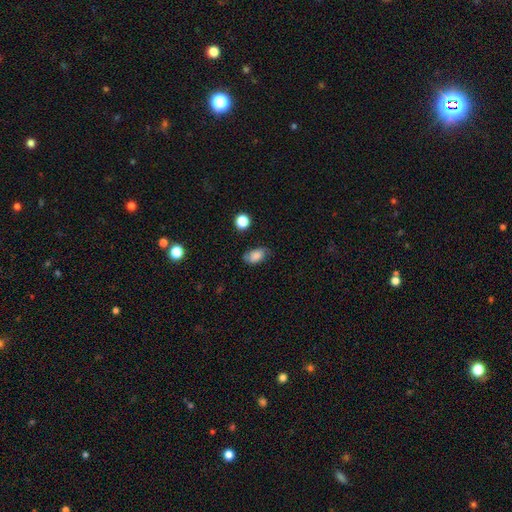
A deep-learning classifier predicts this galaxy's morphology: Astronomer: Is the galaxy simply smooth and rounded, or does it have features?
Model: smooth — 76%.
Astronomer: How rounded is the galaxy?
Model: in between — 88%.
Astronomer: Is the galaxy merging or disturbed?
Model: none — 66%.